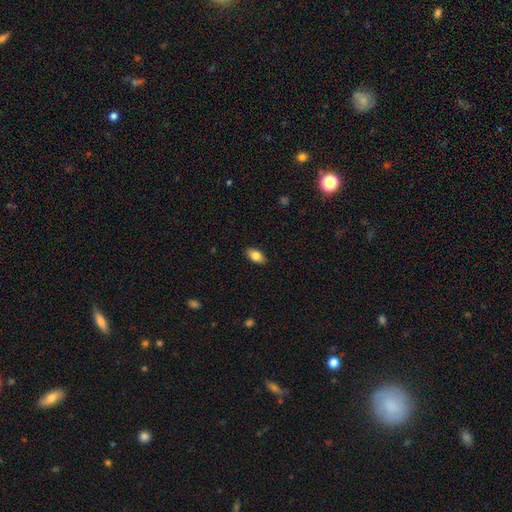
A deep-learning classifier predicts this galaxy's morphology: Smooth or featured?
  - smooth: 81% *
  - featured or disk: 11%
  - star or artifact: 7%
How rounded?
  - in between: 91% *
  - cigar-shaped: 5%
  - round: 5%
Merging?
  - none: 88% *
  - minor disturbance: 9%
  - major disturbance: 2%
  - merger: 1%